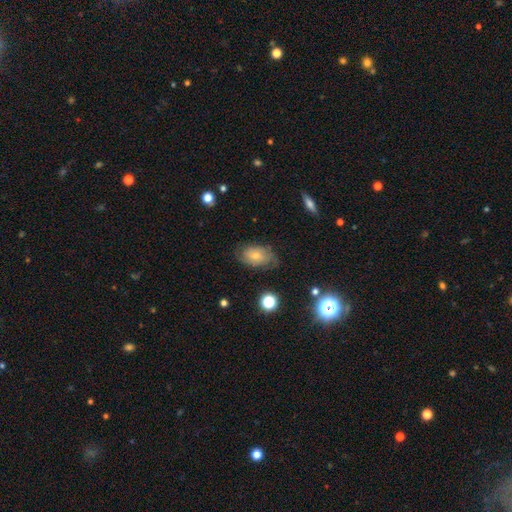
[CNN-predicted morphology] Smooth or featured?
  - smooth: 50% *
  - featured or disk: 40%
  - star or artifact: 10%
How rounded?
  - in between: 87% *
  - round: 11%
  - cigar-shaped: 2%
Merging?
  - none: 65% *
  - minor disturbance: 24%
  - major disturbance: 10%
  - merger: 2%